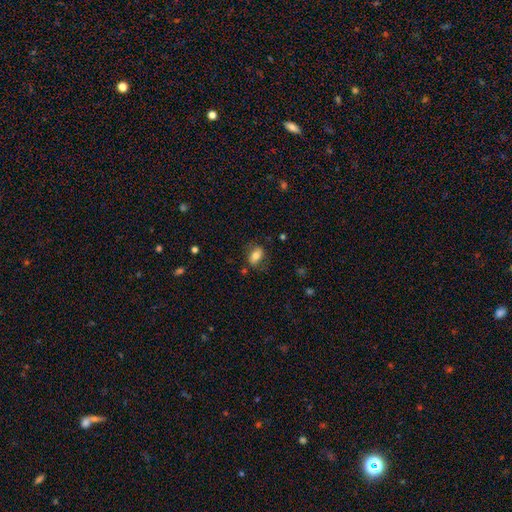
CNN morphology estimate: A smooth galaxy with no disk features (75%) that is in between round and cigar-shaped (85%).

Vote fractions:
- Smooth or featured? smooth: 75% / featured or disk: 16% / star or artifact: 8%
- How rounded? in between: 85% / round: 12% / cigar-shaped: 3%
- Merging? none: 73% / minor disturbance: 18% / major disturbance: 7% / merger: 2%